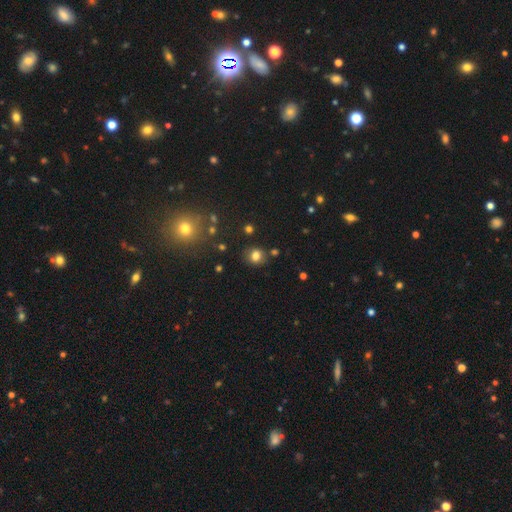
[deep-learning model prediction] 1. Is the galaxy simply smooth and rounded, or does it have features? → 78% smooth, 14% star or artifact, 8% featured or disk.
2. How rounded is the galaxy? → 72% round, 27% in between, 1% cigar-shaped.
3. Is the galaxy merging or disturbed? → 79% none, 12% minor disturbance, 5% merger, 3% major disturbance.